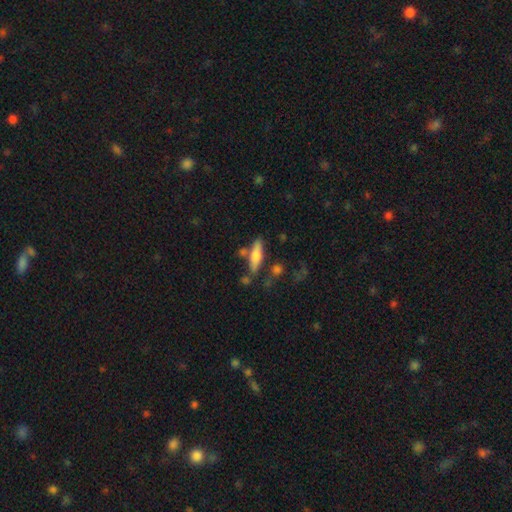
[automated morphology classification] A smooth galaxy with no disk features (61%) that is cigar-shaped (63%). Merging: none (67%).